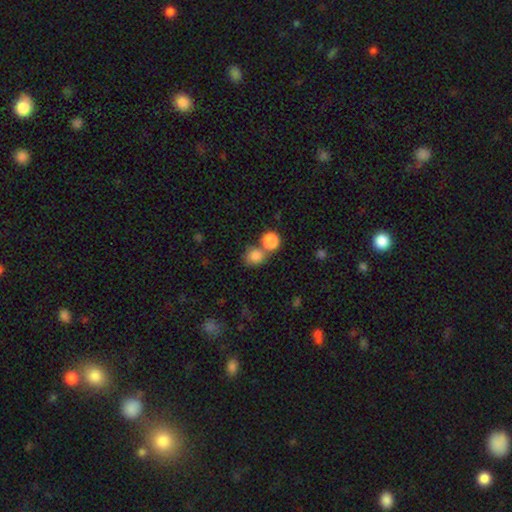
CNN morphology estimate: Smooth or featured? smooth (84%)
How rounded? round (80%)
Merging? none (45%)